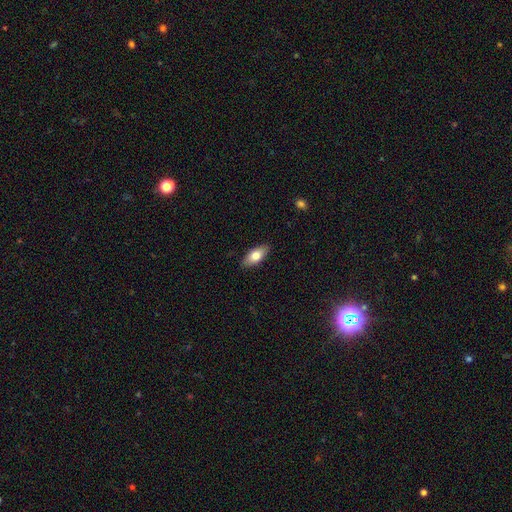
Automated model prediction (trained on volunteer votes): Overall: smooth (74%). How rounded: in between (85%). Merging: none (88%).